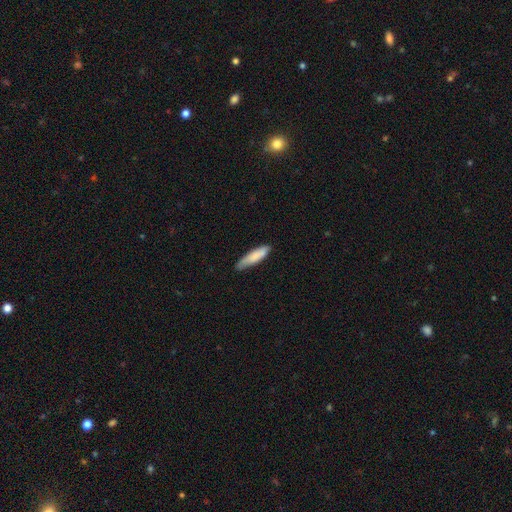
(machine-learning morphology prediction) Smooth or featured?
  - smooth: 81% *
  - featured or disk: 14%
  - star or artifact: 5%
How rounded?
  - cigar-shaped: 75% *
  - in between: 24%
  - round: 1%
Merging?
  - none: 78% *
  - minor disturbance: 19%
  - major disturbance: 3%
  - merger: 1%